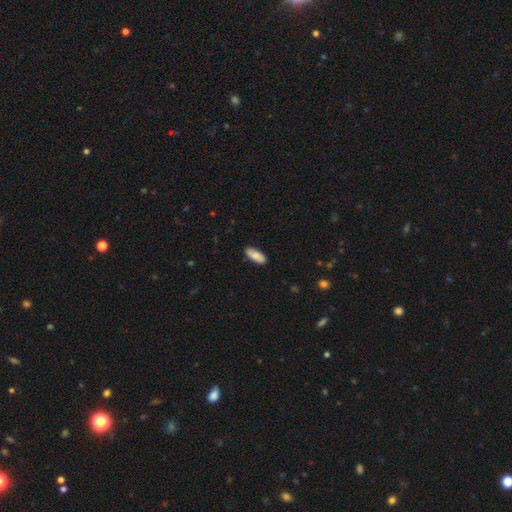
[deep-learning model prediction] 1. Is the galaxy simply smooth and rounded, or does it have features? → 86% smooth, 8% featured or disk, 6% star or artifact.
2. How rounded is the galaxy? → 77% in between, 21% cigar-shaped, 2% round.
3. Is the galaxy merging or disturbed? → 88% none, 9% minor disturbance, 2% major disturbance, 1% merger.